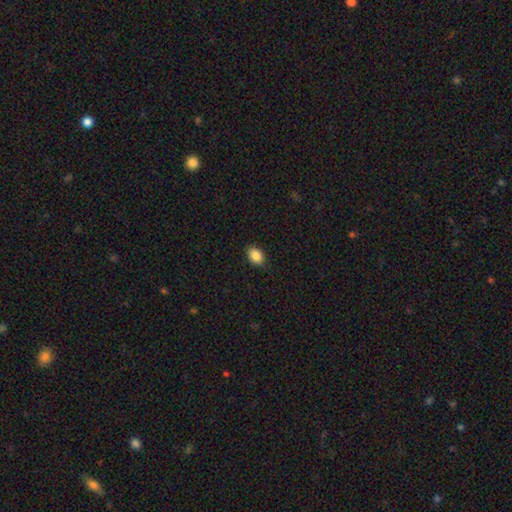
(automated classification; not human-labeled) Smooth or featured? Predicted: smooth (p=0.88). How rounded? Predicted: in between (p=0.78). Merging? Predicted: none (p=0.88).